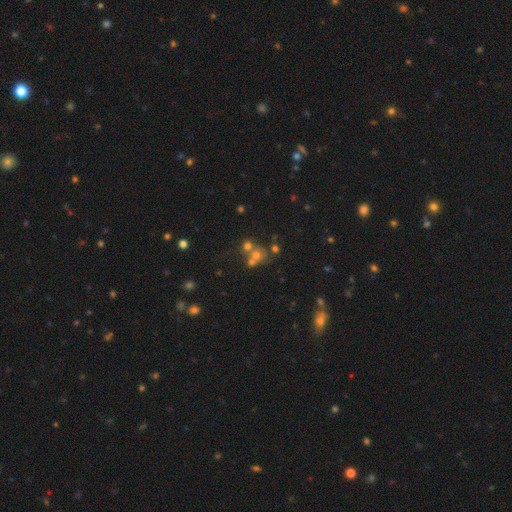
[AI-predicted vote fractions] A smooth galaxy with no disk features (50%).

Vote fractions:
- Smooth or featured? smooth: 50% / star or artifact: 29% / featured or disk: 21%
- Merging? none: 44% / merger: 43% / minor disturbance: 8% / major disturbance: 5%